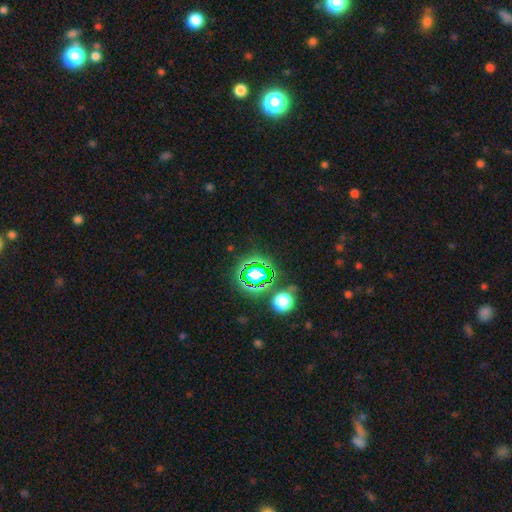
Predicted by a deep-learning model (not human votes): Smooth or featured? Predicted: star or artifact (p=0.74).